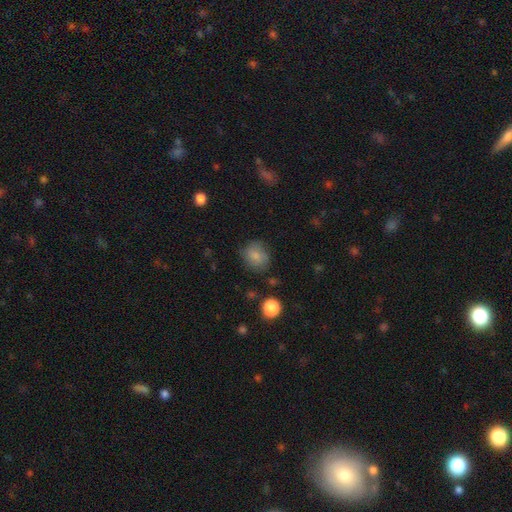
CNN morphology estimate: Smooth or featured? Predicted: smooth (p=0.80). How rounded? Predicted: round (p=0.73). Merging? Predicted: none (p=0.73).